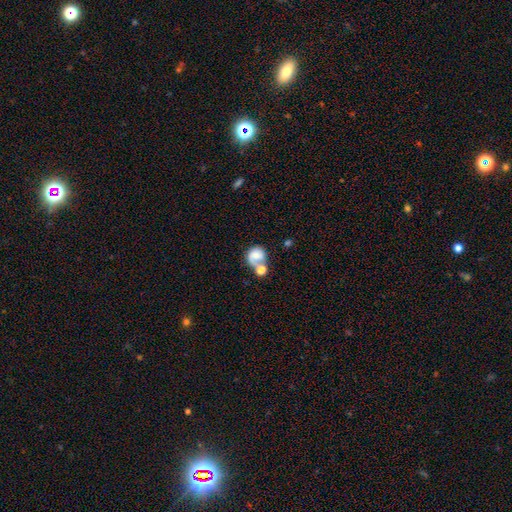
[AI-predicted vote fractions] Q: Smooth or featured?
A: smooth (57%); runner-up: featured or disk (34%)
Q: How rounded?
A: round (66%); runner-up: in between (33%)
Q: Merging?
A: merger (47%); runner-up: none (26%)